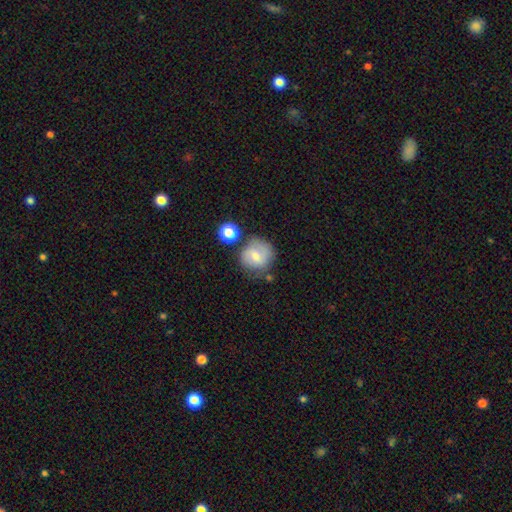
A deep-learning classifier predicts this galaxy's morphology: smooth_or_featured: smooth (p=0.48) [alt: featured or disk p=0.43]
merging: none (p=0.62) [alt: minor disturbance p=0.21]